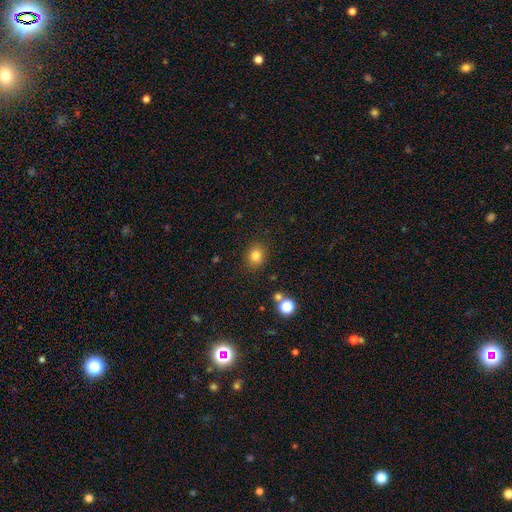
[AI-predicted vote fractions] Smooth or featured: smooth — 82% (star or artifact — 12%)
How rounded: round — 70% (in between — 30%)
Merging: none — 85% (minor disturbance — 9%)